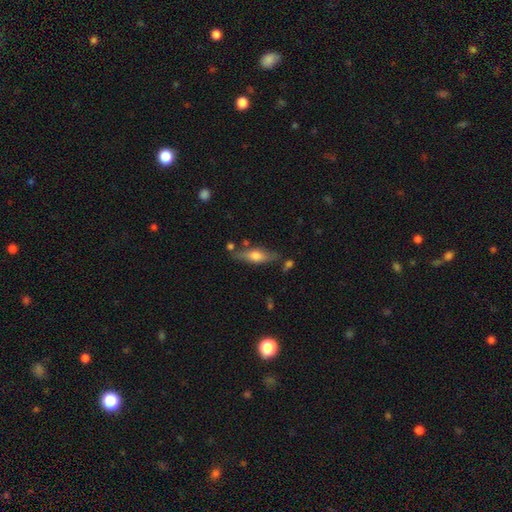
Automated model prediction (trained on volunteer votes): This is possibly a featured or disk galaxy (47%). Merging: likely none (73%).